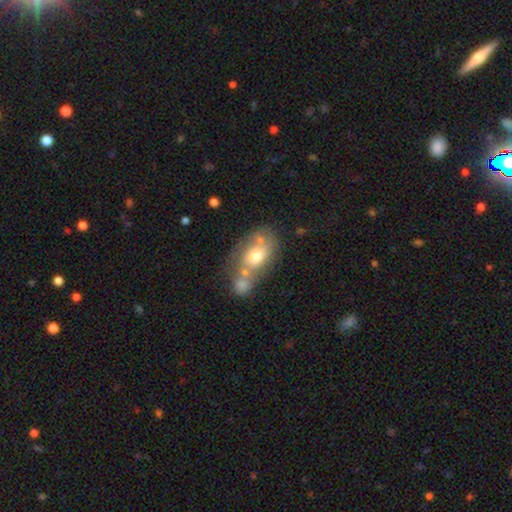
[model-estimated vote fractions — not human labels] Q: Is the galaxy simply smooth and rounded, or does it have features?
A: smooth — 56%.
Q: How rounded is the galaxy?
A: in between — 81%.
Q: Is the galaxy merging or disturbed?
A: merger — 43%.